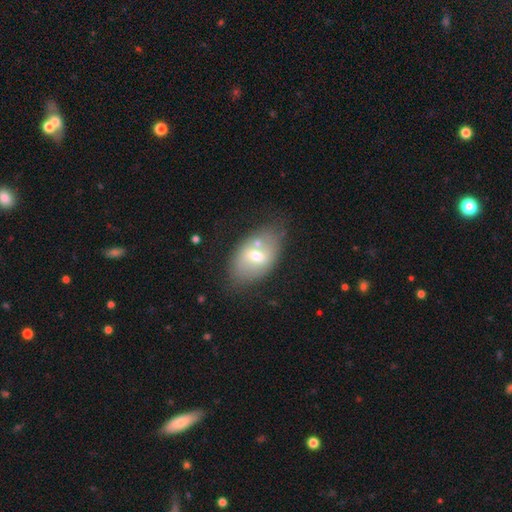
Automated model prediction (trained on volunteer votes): A smooth galaxy with no disk features (50%). Merging: none (64%).